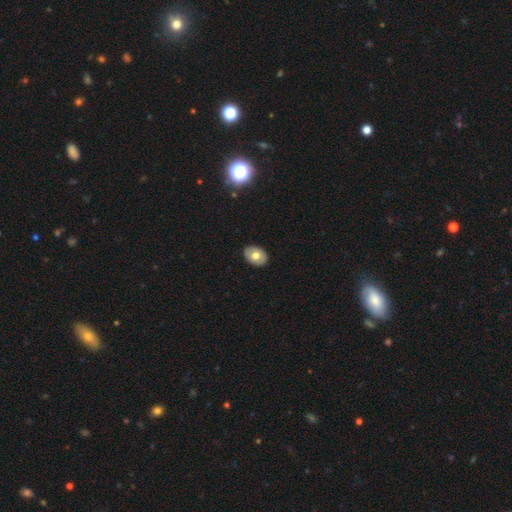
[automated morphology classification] smooth_or_featured: smooth (p=0.67) [alt: featured or disk p=0.26]
how_rounded: in between (p=0.72) [alt: round p=0.27]
merging: none (p=0.88) [alt: minor disturbance p=0.09]